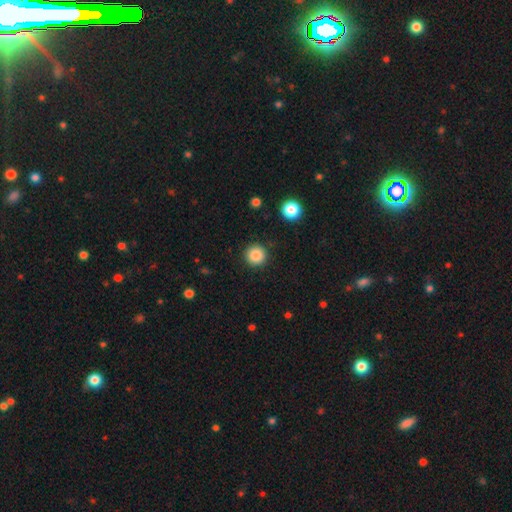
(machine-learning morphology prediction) Smooth or featured? smooth (86%)
How rounded? round (96%)
Merging? none (91%)